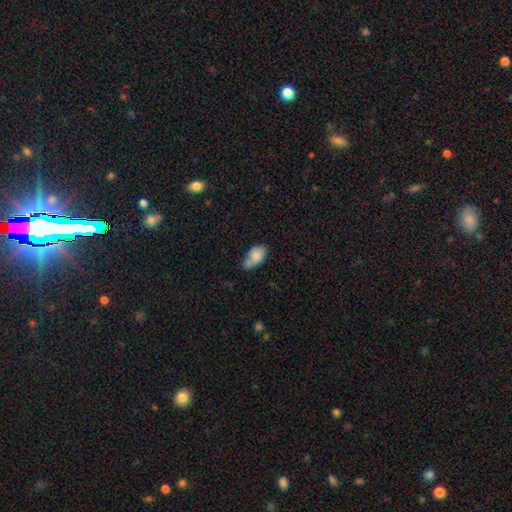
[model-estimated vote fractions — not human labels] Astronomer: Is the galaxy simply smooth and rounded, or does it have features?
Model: smooth — 80%.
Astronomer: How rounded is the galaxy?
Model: in between — 90%.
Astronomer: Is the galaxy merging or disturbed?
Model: none — 40% (runner-up: minor disturbance, 35%).